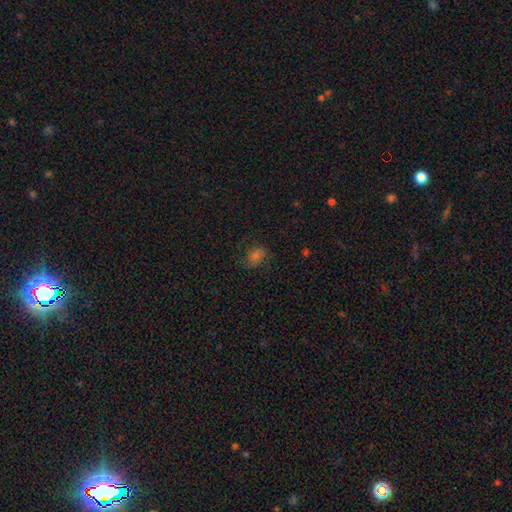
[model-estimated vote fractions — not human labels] The model was most divided on "smooth or featured": smooth: 58%, star or artifact: 22%, featured or disk: 20%. More confident: merging — none (72%); how rounded — in between (67%).